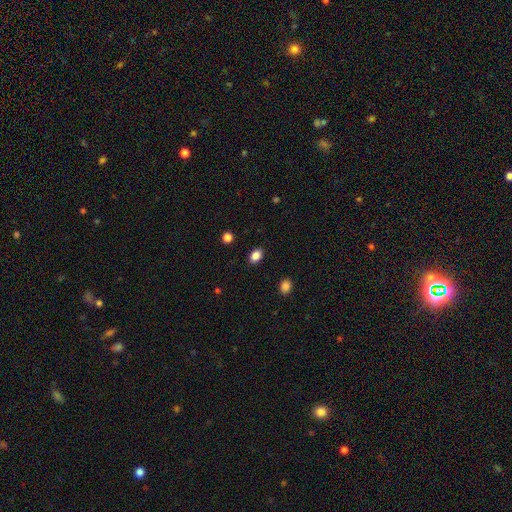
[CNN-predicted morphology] Q: Smooth or featured?
A: smooth (87%); runner-up: star or artifact (9%)
Q: How rounded?
A: in between (80%); runner-up: round (19%)
Q: Merging?
A: none (89%); runner-up: minor disturbance (8%)